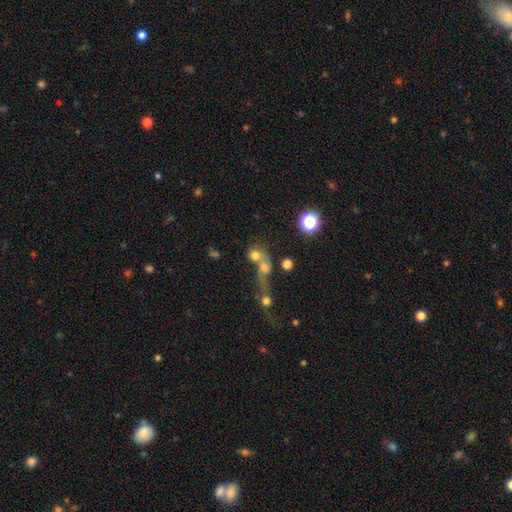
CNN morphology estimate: A smooth galaxy with no disk features (65%) that is round (76%). Merging: merger (64%).